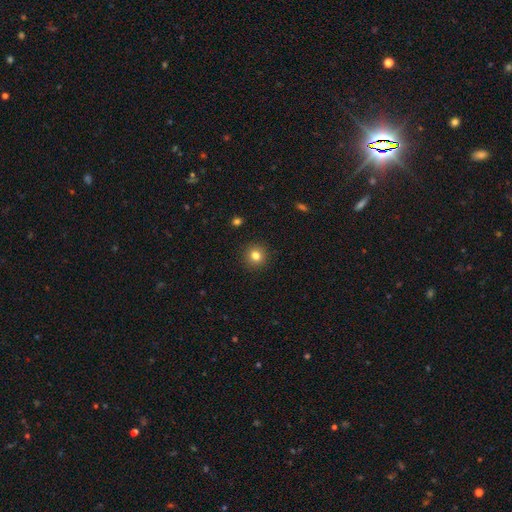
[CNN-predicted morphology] smooth 80%, star or artifact 12%, featured or disk 7%. Down the decision tree: how rounded — round (93%); merging — none (92%).